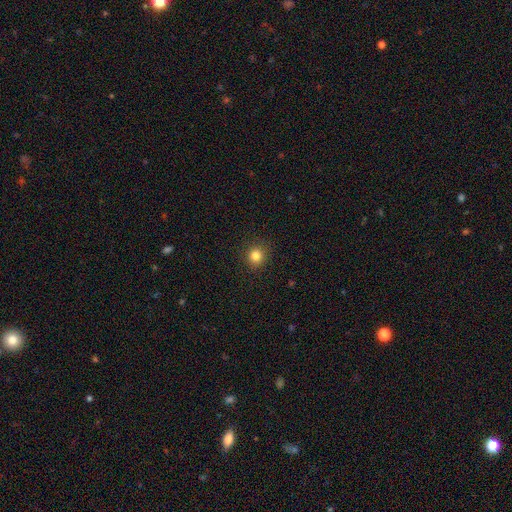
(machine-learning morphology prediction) Q: Smooth or featured?
A: smooth (83%); runner-up: star or artifact (12%)
Q: How rounded?
A: round (90%); runner-up: in between (9%)
Q: Merging?
A: none (90%); runner-up: minor disturbance (7%)